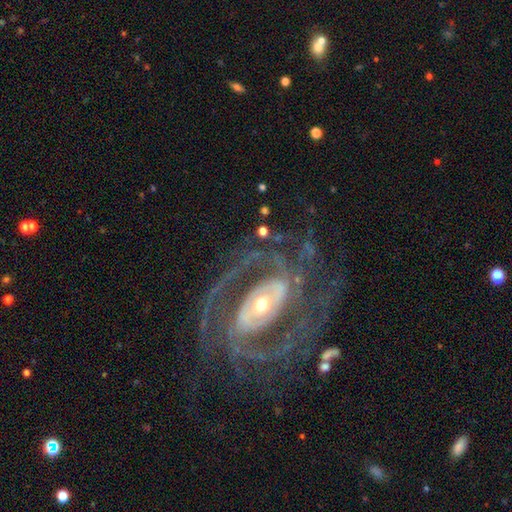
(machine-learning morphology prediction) smooth-or-featured: featured or disk: 91% | star or artifact: 5% | smooth: 3%
  disk-edge-on: no: 97% | yes: 3%
    bar: strong: 42% | weak: 29% | no: 29%
    has-spiral-arms: yes: 97% | no: 3%
      spiral-winding: tight: 51% | medium: 41% | loose: 8%
      spiral-arm-count: 2: 64% | 3: 13% | can't tell: 9% | 4: 6% | more than 4: 4% | 1: 4%
    bulge-size: small: 54% | moderate: 38% | large: 6% | dominant: 1% | none: 1%
  merging: none: 74% | minor disturbance: 14% | major disturbance: 11% | merger: 2%